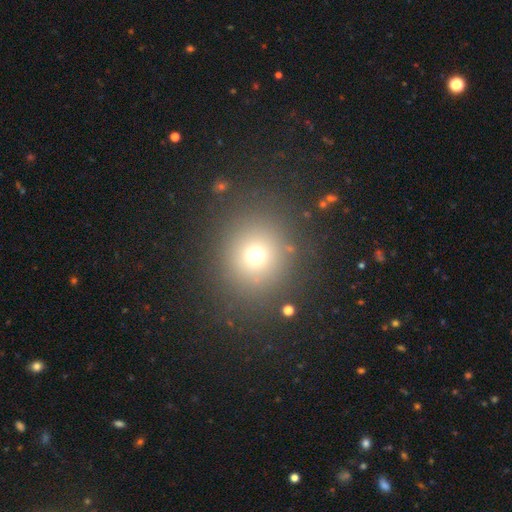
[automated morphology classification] smooth-or-featured: smooth: 69% | star or artifact: 21% | featured or disk: 11%
  how-rounded: round: 85% | in between: 14% | cigar-shaped: 1%
  merging: none: 85% | minor disturbance: 8% | major disturbance: 5% | merger: 2%